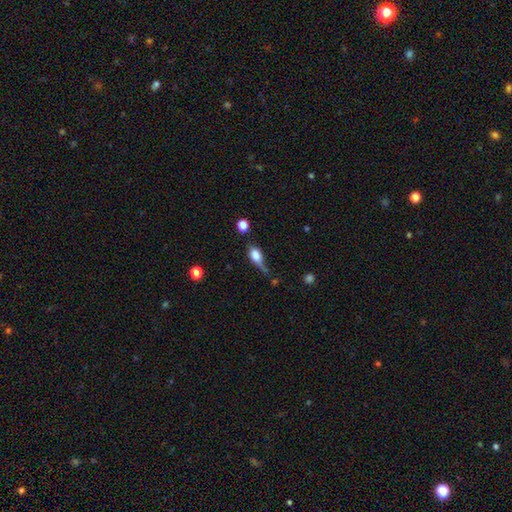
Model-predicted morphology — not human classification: smooth_or_featured: smooth (p=0.69) [alt: featured or disk p=0.21]
how_rounded: in between (p=0.73) [alt: cigar-shaped p=0.14]
merging: none (p=0.35) [alt: minor disturbance p=0.31]